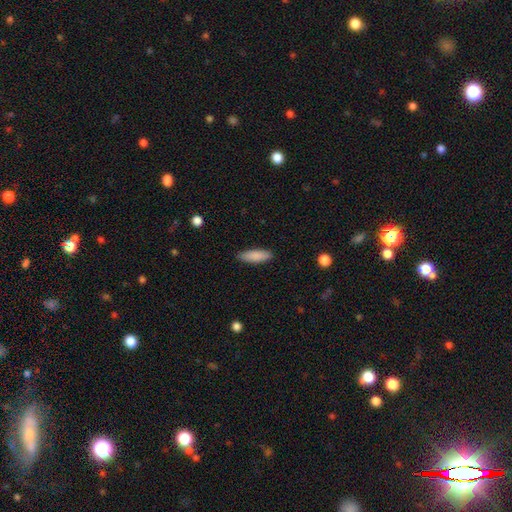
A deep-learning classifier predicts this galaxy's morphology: smooth_or_featured: smooth (p=0.86) [alt: featured or disk p=0.08]
how_rounded: in between (p=0.50) [alt: cigar-shaped p=0.48]
merging: none (p=0.87) [alt: minor disturbance p=0.10]